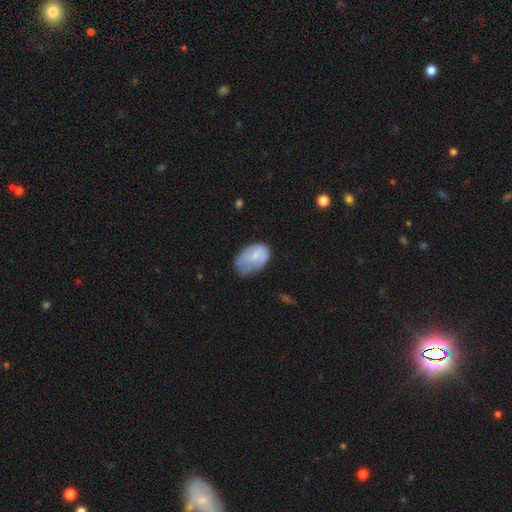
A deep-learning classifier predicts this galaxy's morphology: smooth-or-featured: smooth: 66% | featured or disk: 28% | star or artifact: 7%
  how-rounded: in between: 89% | round: 10% | cigar-shaped: 1%
  merging: minor disturbance: 44% | none: 32% | major disturbance: 22% | merger: 3%